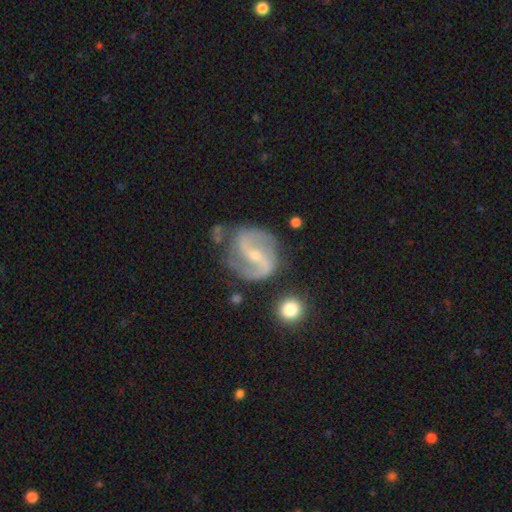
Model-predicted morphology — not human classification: Q: Smooth or featured?
A: featured or disk (89%); runner-up: smooth (6%)
Q: Edge-on disk?
A: no (97%); runner-up: yes (3%)
Q: Bar?
A: strong (46%); runner-up: weak (35%)
Q: Spiral arms?
A: yes (96%); runner-up: no (4%)
Q: Spiral winding?
A: medium (49%); runner-up: loose (33%)
Q: Spiral arm count?
A: 2 (90%); runner-up: can't tell (3%)
Q: Bulge size?
A: small (65%); runner-up: moderate (32%)
Q: Merging?
A: none (70%); runner-up: minor disturbance (18%)